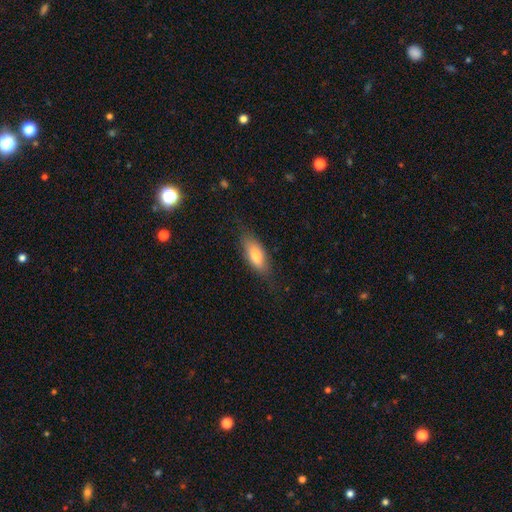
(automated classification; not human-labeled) Smooth or featured?
  - smooth: 74% *
  - featured or disk: 19%
  - star or artifact: 7%
How rounded?
  - in between: 77% *
  - cigar-shaped: 20%
  - round: 3%
Merging?
  - none: 74% *
  - minor disturbance: 19%
  - major disturbance: 6%
  - merger: 1%